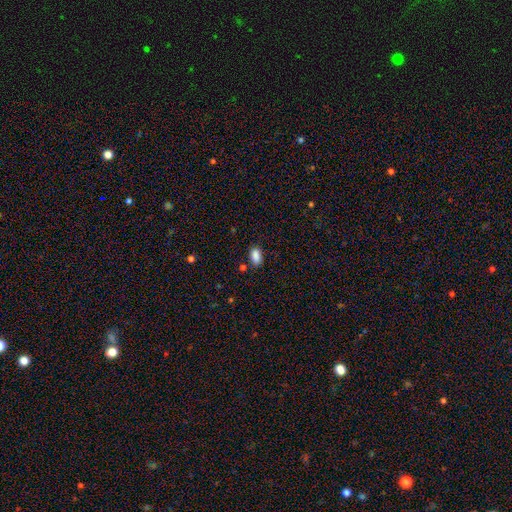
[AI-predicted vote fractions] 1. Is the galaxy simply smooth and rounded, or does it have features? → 88% smooth, 9% star or artifact, 4% featured or disk.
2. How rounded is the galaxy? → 91% in between, 7% round, 2% cigar-shaped.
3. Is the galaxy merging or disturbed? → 82% none, 12% minor disturbance, 3% merger, 3% major disturbance.